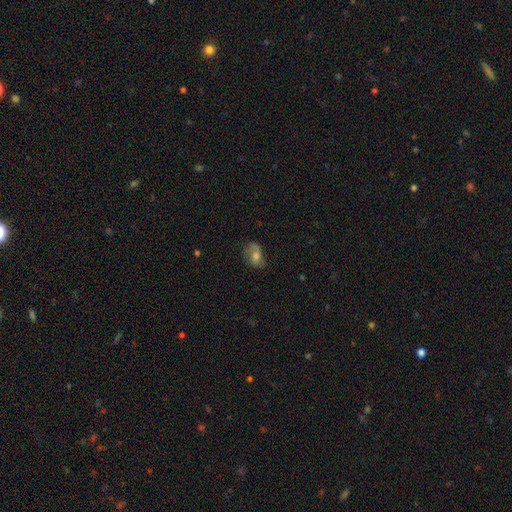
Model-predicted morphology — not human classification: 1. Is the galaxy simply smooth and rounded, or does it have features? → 49% smooth, 38% featured or disk, 13% star or artifact.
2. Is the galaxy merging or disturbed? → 55% none, 26% minor disturbance, 16% major disturbance, 3% merger.